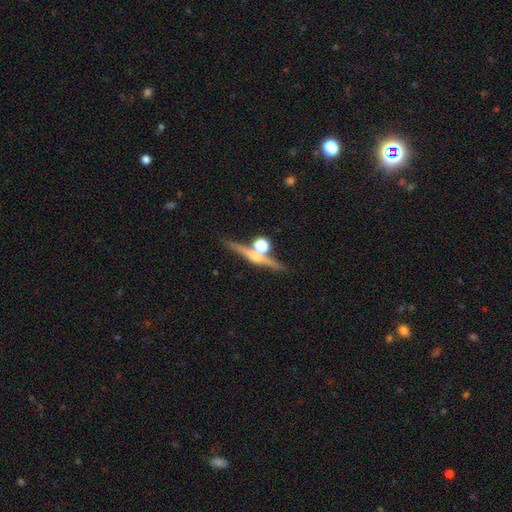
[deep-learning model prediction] A featured or disk galaxy (67%) viewed edge-on (95%) with a rounded central bulge (79%). Merging: none (74%).